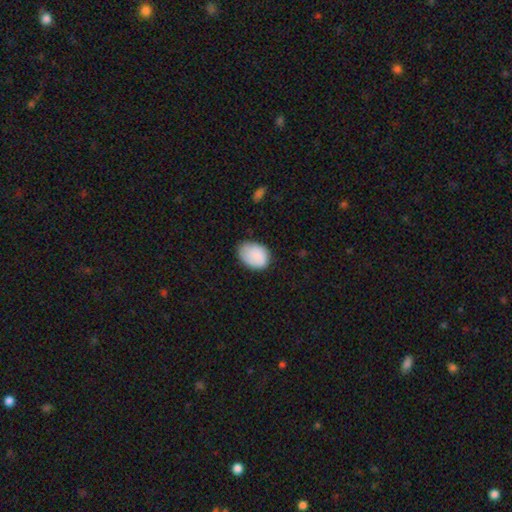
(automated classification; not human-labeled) A smooth galaxy with no disk features (81%) that is in between round and cigar-shaped (72%). Merging: none (64%).